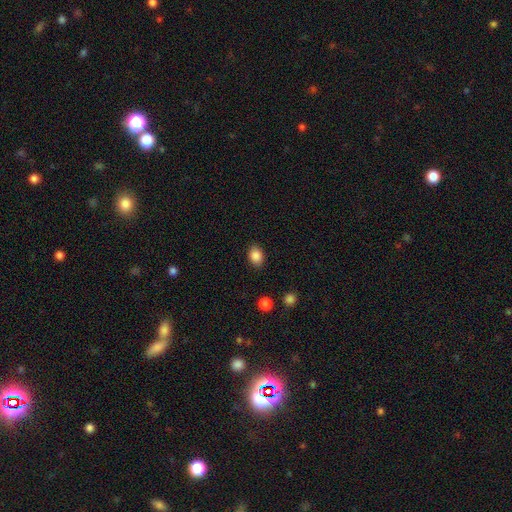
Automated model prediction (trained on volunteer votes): Smooth or featured? smooth (87%)
How rounded? in between (67%)
Merging? none (86%)